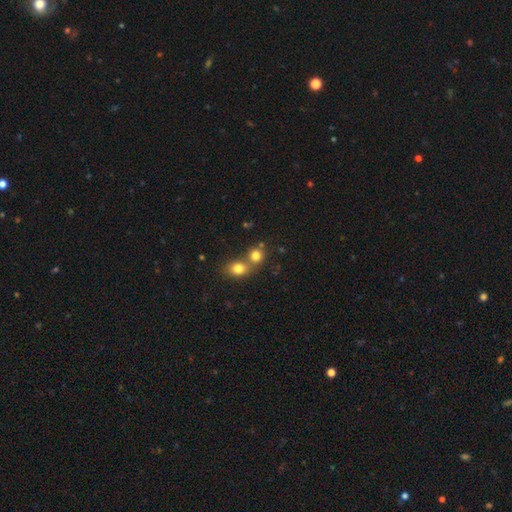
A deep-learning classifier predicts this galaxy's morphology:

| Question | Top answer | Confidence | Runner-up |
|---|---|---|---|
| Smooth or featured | smooth | 78% | star or artifact (13%) |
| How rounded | round | 79% | in between (20%) |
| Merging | merger | 47% | none (44%) |